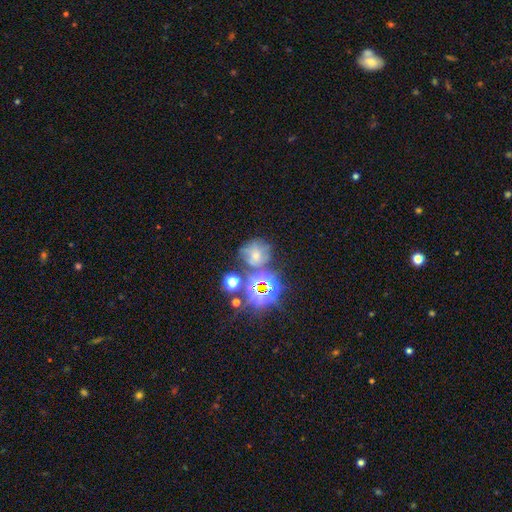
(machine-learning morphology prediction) Overall: star or artifact (49%; featured or disk 27%).